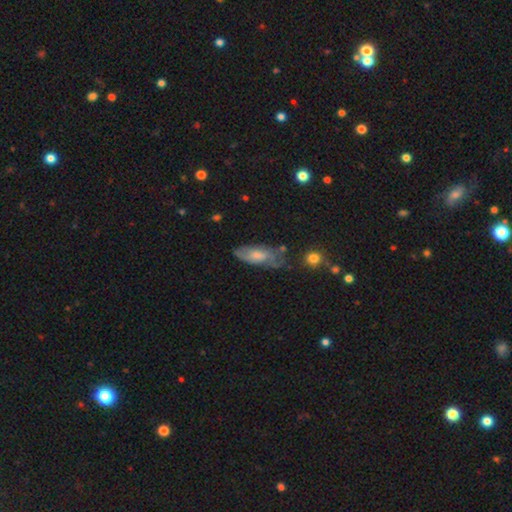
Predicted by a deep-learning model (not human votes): Smooth or featured?
  - featured or disk: 51% *
  - smooth: 40%
  - star or artifact: 9%
Edge-on disk?
  - no: 80% *
  - yes: 20%
Merging?
  - none: 63% *
  - minor disturbance: 25%
  - major disturbance: 9%
  - merger: 3%